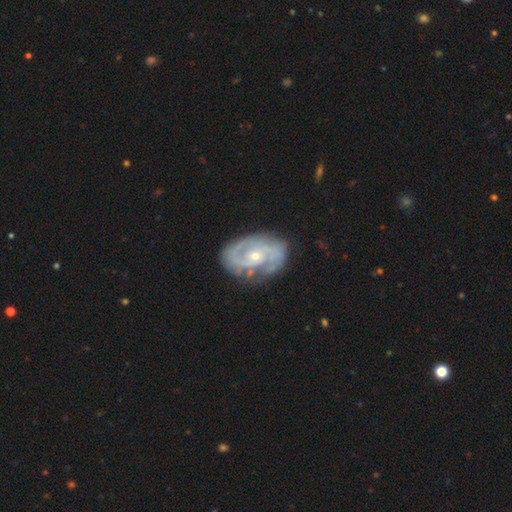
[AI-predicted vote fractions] Overall: featured or disk (84%). Edge-on disk: no (97%). Bar: no (63%; weak 30%). Spiral arms: yes (90%). Spiral arm count: 2 (63%). Spiral winding: tight (50%; medium 39%). Bulge size: small (62%; moderate 35%). Merging: none (72%).